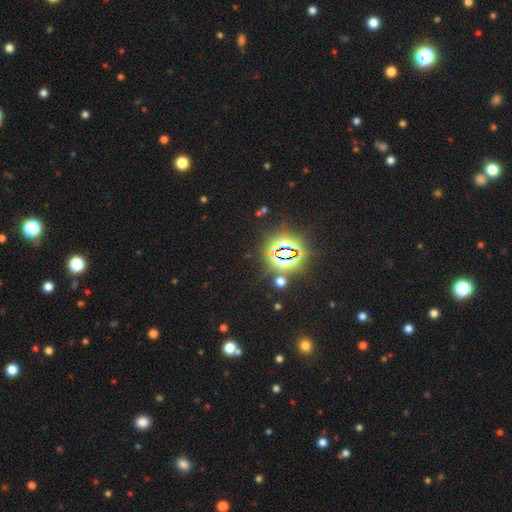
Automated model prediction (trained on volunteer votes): This is clearly a star or artifact rather than a galaxy (83%).